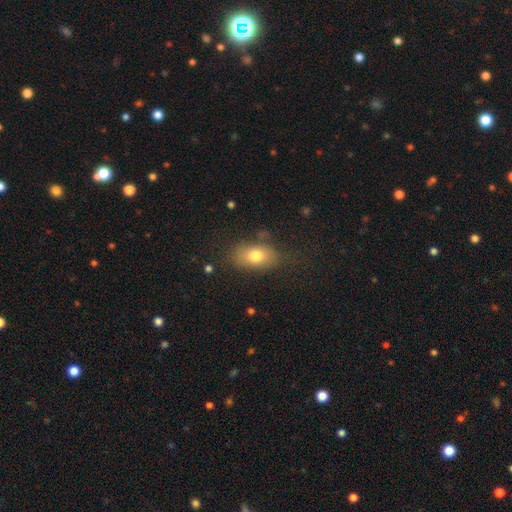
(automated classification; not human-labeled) Q: Smooth or featured?
A: smooth (76%); runner-up: featured or disk (14%)
Q: How rounded?
A: in between (84%); runner-up: round (14%)
Q: Merging?
A: none (72%); runner-up: minor disturbance (19%)